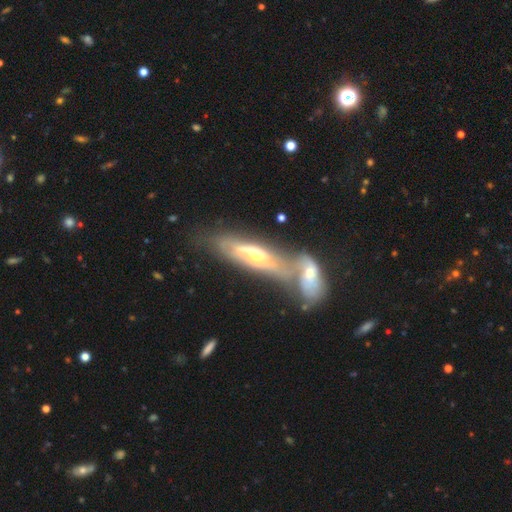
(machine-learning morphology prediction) This is likely a featured or disk galaxy (65%). It is possibly not viewed edge-on (59%). Merging: possibly merger (54%).